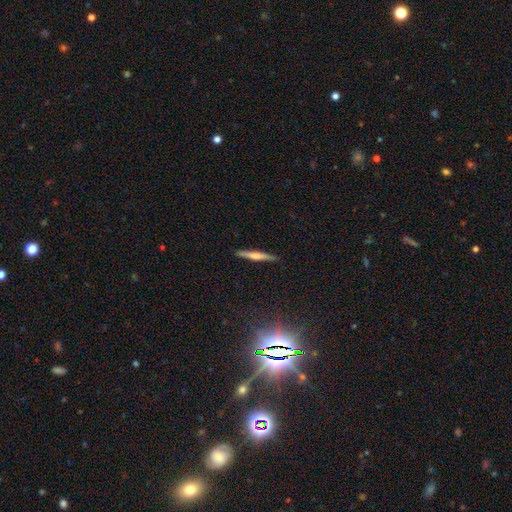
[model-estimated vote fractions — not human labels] Morphology: type=featured or disk (48%); merging=none (90%).